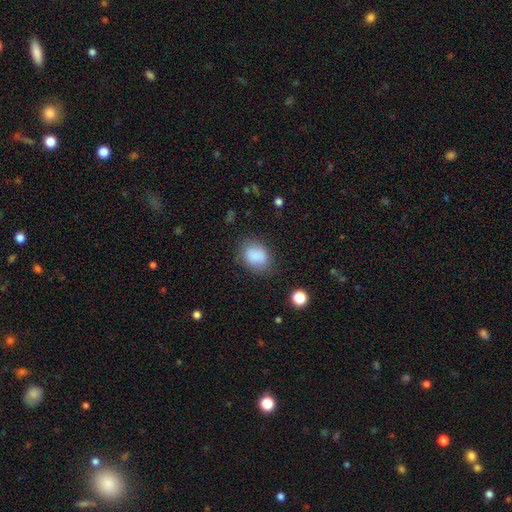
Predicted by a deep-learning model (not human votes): smooth 85%, star or artifact 9%, featured or disk 6%. Down the decision tree: how rounded — in between (66%); merging — none (73%).